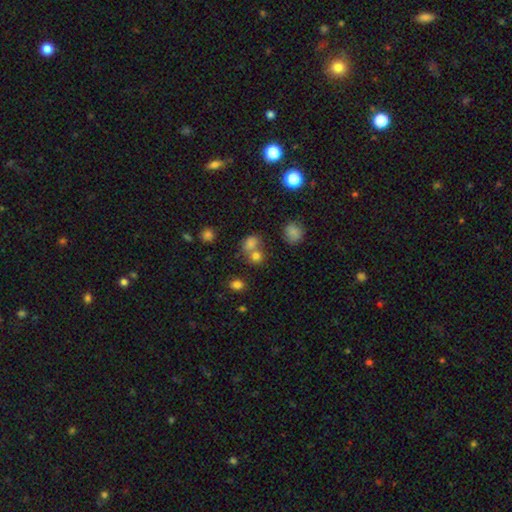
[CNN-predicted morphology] Smooth or featured? smooth (73%)
How rounded? round (71%)
Merging? none (48%)